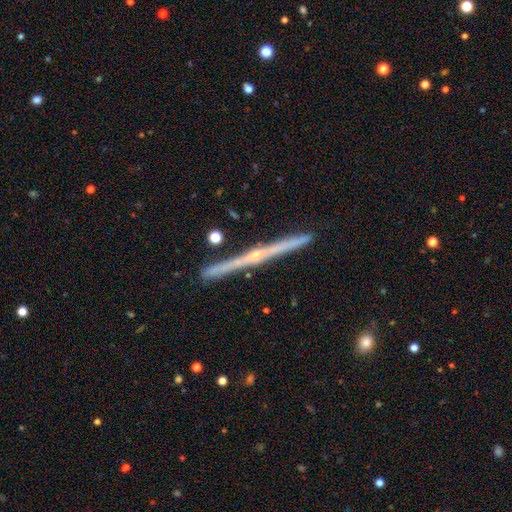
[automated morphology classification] Smooth or featured? featured or disk (82%)
Edge-on disk? yes (98%)
Edge-on bulge? rounded (71%)
Merging? none (90%)